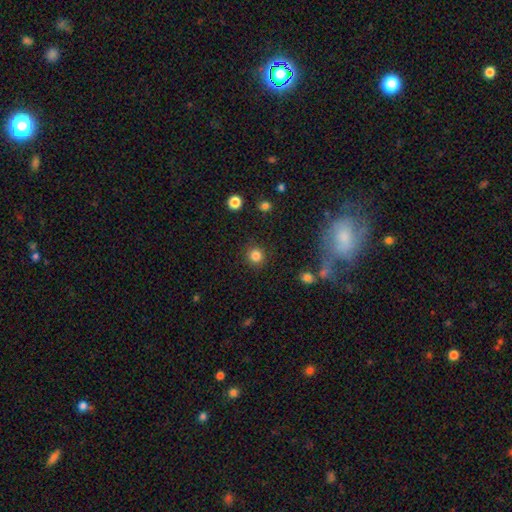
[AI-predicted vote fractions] smooth 83%, star or artifact 12%, featured or disk 5%. Down the decision tree: how rounded — round (93%); merging — none (90%).